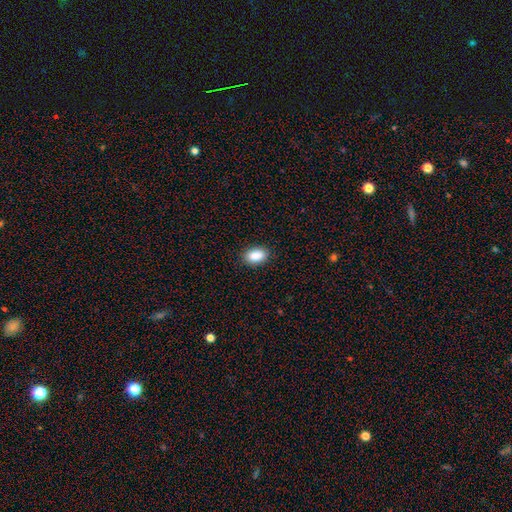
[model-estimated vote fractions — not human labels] Smooth or featured? Predicted: smooth (p=0.88). How rounded? Predicted: in between (p=0.90). Merging? Predicted: none (p=0.88).